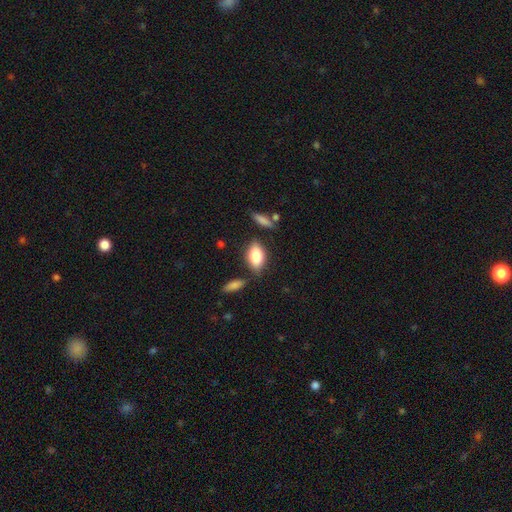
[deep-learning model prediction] The model was most divided on "merging": none: 73%, minor disturbance: 15%, merger: 8%, major disturbance: 4%. More confident: how rounded — in between (90%); smooth or featured — smooth (81%).